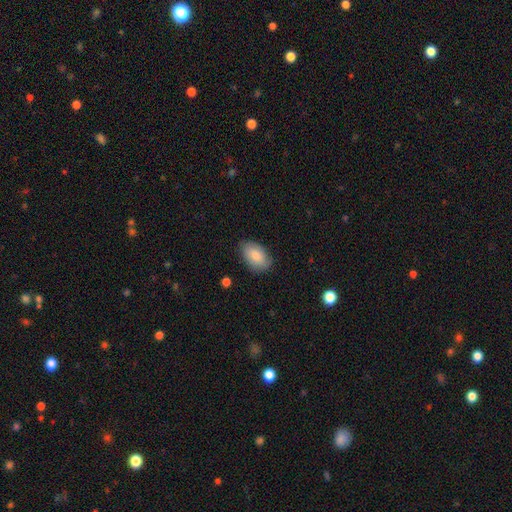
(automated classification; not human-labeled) Smooth or featured: smooth — 80% (featured or disk — 13%)
How rounded: in between — 92% (round — 7%)
Merging: none — 80% (minor disturbance — 16%)